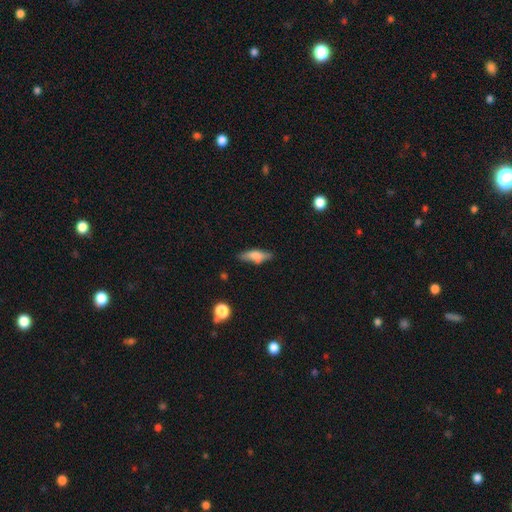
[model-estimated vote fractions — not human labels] Q: Smooth or featured?
A: smooth (70%); runner-up: featured or disk (22%)
Q: How rounded?
A: in between (52%); runner-up: cigar-shaped (45%)
Q: Merging?
A: none (70%); runner-up: minor disturbance (22%)